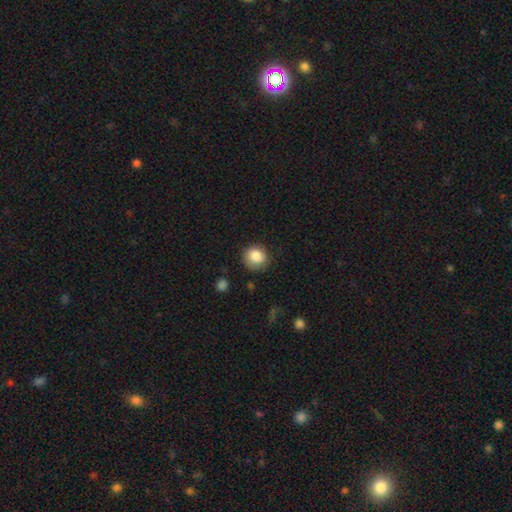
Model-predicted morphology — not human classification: Q: Smooth or featured?
A: smooth (85%); runner-up: star or artifact (8%)
Q: How rounded?
A: round (83%); runner-up: in between (16%)
Q: Merging?
A: none (75%); runner-up: minor disturbance (19%)